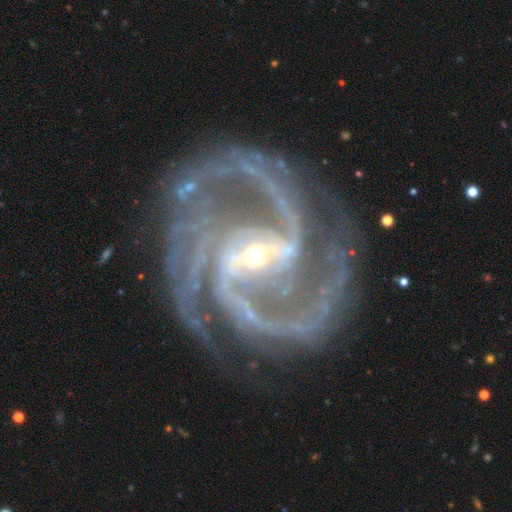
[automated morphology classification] Smooth or featured? Predicted: featured or disk (p=0.94). Edge-on disk? Predicted: no (p=0.98). Bar? Predicted: strong (p=0.62). Spiral arms? Predicted: yes (p=0.99). Spiral winding? Predicted: medium (p=0.57). Spiral arm count? Predicted: 2 (p=0.47). Bulge size? Predicted: small (p=0.73). Merging? Predicted: none (p=0.60).